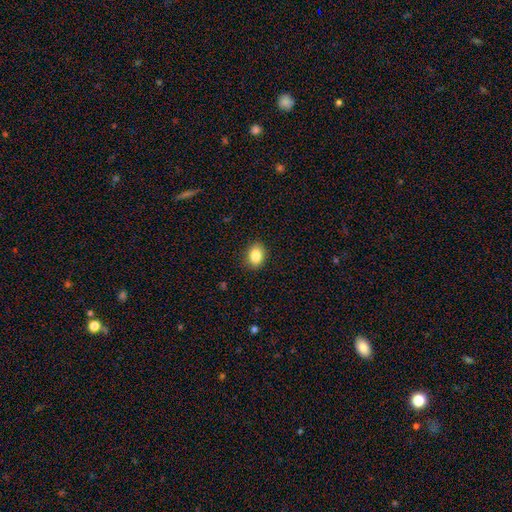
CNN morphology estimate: A smooth galaxy with no disk features (86%) that is in between round and cigar-shaped (65%).

Vote fractions:
- Smooth or featured? smooth: 86% / star or artifact: 9% / featured or disk: 6%
- How rounded? in between: 65% / round: 34% / cigar-shaped: 1%
- Merging? none: 87% / minor disturbance: 10% / major disturbance: 2% / merger: 1%